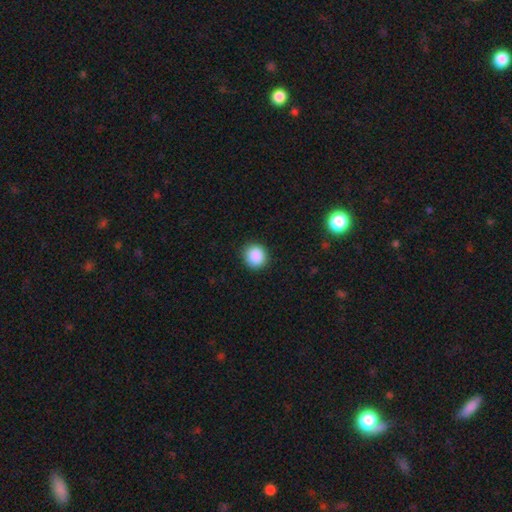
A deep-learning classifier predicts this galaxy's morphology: Q: Smooth or featured?
A: smooth (88%); runner-up: star or artifact (9%)
Q: How rounded?
A: round (91%); runner-up: in between (8%)
Q: Merging?
A: none (91%); runner-up: minor disturbance (6%)